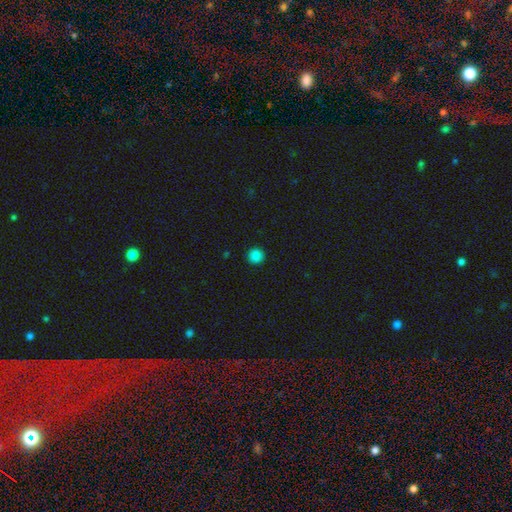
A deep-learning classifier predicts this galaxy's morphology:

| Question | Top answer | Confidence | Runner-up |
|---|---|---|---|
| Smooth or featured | smooth | 85% | star or artifact (12%) |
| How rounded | round | 94% | in between (5%) |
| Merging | none | 92% | minor disturbance (6%) |